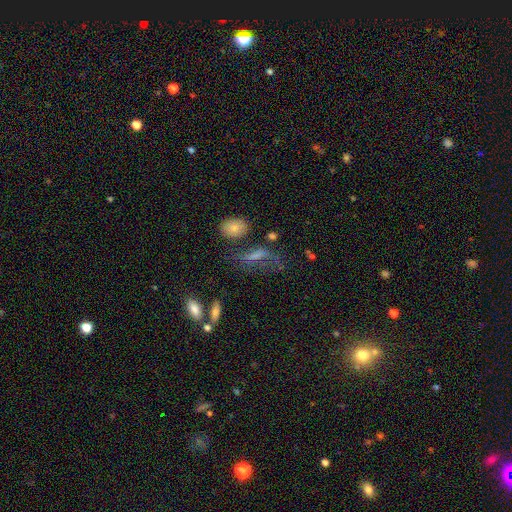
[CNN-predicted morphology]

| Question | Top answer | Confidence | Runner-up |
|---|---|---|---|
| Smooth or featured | featured or disk | 42% | smooth (35%) |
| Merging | none | 47% | major disturbance (24%) |